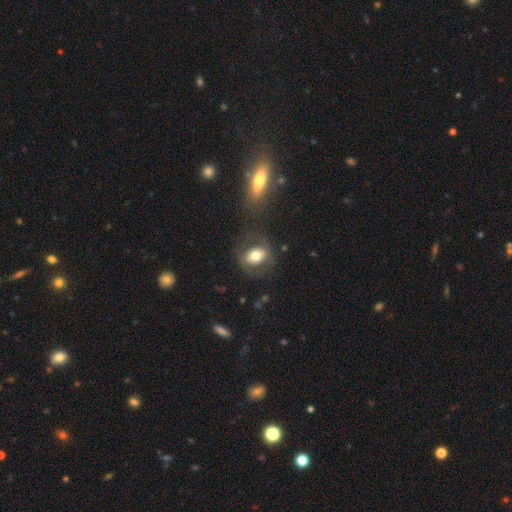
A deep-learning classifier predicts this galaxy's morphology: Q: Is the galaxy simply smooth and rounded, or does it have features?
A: smooth — 62%.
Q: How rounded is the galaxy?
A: in between — 59%.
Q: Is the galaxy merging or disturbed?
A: none — 67%.